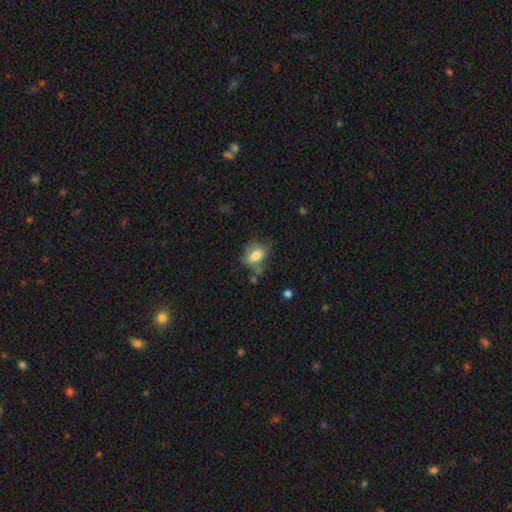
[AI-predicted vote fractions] smooth 78%, featured or disk 13%, star or artifact 9%. Down the decision tree: how rounded — in between (71%); merging — none (50%).